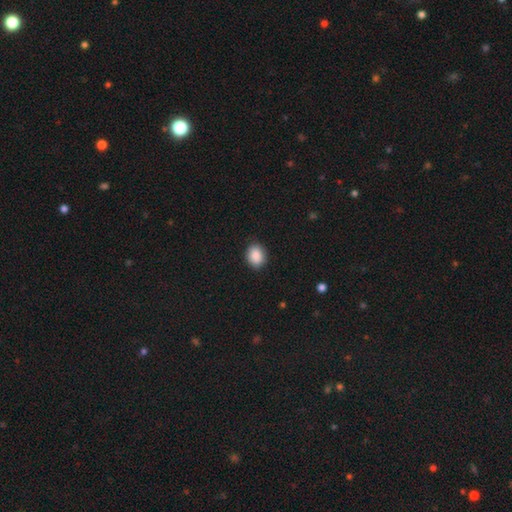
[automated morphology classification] smooth_or_featured: smooth (p=0.89) [alt: star or artifact p=0.08]
how_rounded: round (p=0.52) [alt: in between p=0.47]
merging: none (p=0.87) [alt: minor disturbance p=0.10]